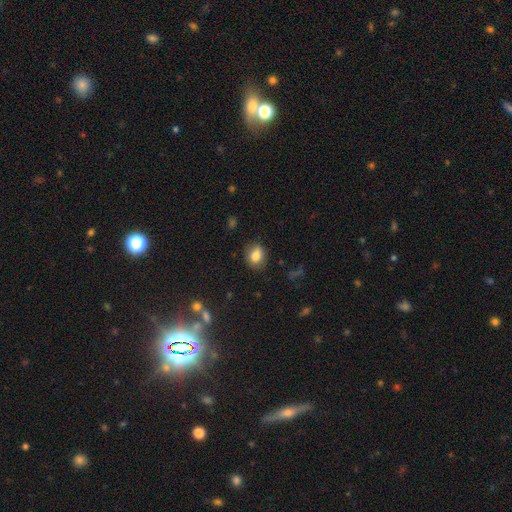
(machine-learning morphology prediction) Q: Smooth or featured?
A: smooth (82%); runner-up: star or artifact (9%)
Q: How rounded?
A: in between (57%); runner-up: round (41%)
Q: Merging?
A: none (80%); runner-up: minor disturbance (15%)